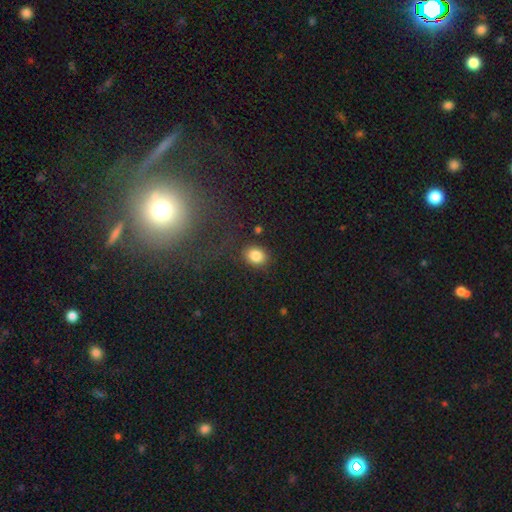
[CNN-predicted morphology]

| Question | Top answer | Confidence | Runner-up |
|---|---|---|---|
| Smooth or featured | smooth | 84% | star or artifact (10%) |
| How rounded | round | 52% | in between (47%) |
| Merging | none | 85% | minor disturbance (10%) |